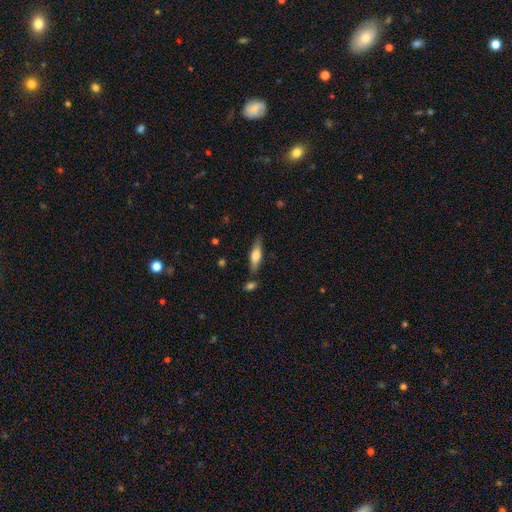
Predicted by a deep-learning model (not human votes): smooth_or_featured: smooth (p=0.59) [alt: featured or disk p=0.34]
how_rounded: cigar-shaped (p=0.57) [alt: in between p=0.41]
merging: none (p=0.78) [alt: minor disturbance p=0.14]